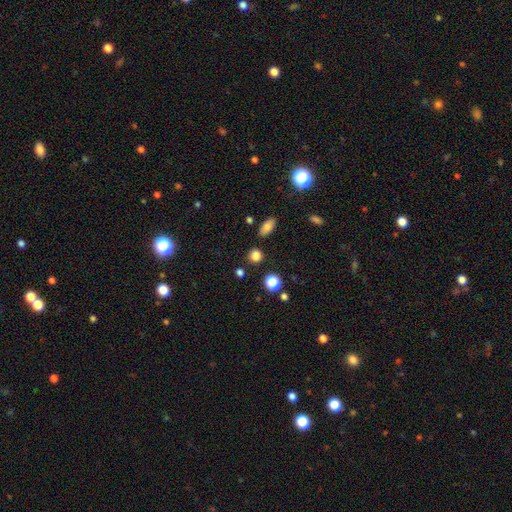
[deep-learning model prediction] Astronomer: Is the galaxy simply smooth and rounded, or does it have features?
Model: smooth — 80%.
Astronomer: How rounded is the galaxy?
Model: round — 80%.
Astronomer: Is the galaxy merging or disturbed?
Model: none — 84%.